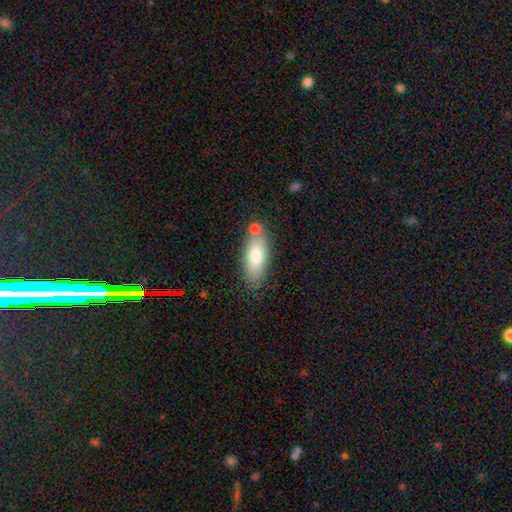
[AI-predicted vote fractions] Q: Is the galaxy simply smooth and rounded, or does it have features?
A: smooth — 76%.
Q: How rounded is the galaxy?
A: in between — 76%.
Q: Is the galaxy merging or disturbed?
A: none — 68%.